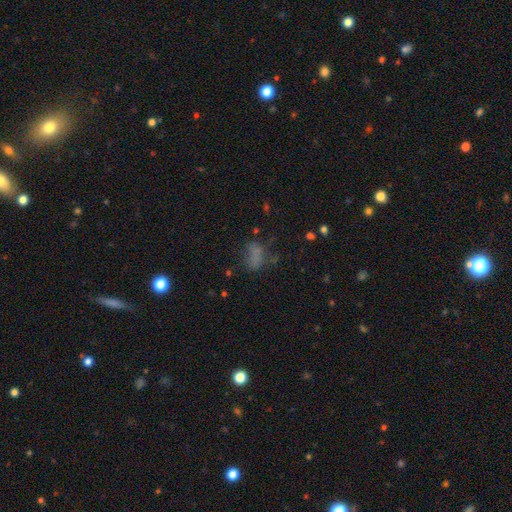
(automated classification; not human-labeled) Morphology: type=smooth (61%); roundness=in between (80%); merging=none (43%).